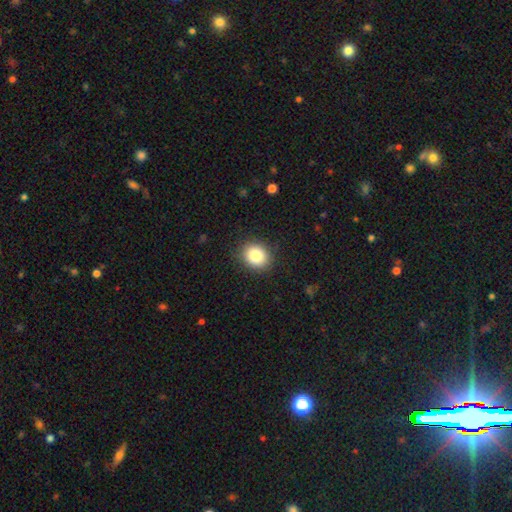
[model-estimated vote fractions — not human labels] A smooth galaxy with no disk features (84%) that is round (64%).

Vote fractions:
- Smooth or featured? smooth: 84% / star or artifact: 9% / featured or disk: 7%
- How rounded? round: 64% / in between: 35% / cigar-shaped: 1%
- Merging? none: 88% / minor disturbance: 8% / major disturbance: 3% / merger: 1%